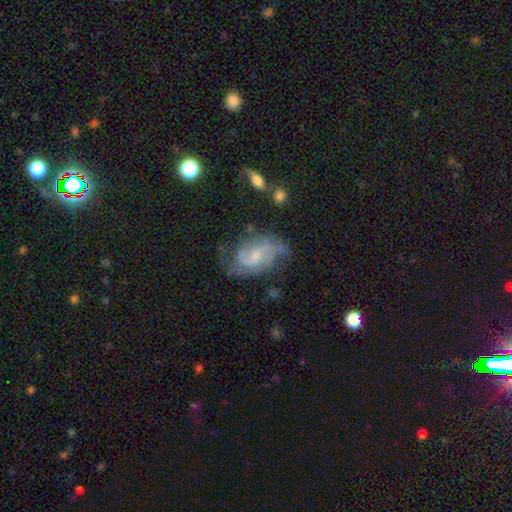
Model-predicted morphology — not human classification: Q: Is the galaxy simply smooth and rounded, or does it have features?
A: featured or disk — 81%.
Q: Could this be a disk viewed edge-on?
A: no — 97%.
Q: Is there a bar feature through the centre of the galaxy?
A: weak — 48%.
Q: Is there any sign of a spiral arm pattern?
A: yes — 94%.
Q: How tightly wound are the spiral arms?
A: medium — 48%.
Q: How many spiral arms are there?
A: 2 — 67%.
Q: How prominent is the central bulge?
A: small — 57%.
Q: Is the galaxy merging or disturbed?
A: none — 59%.